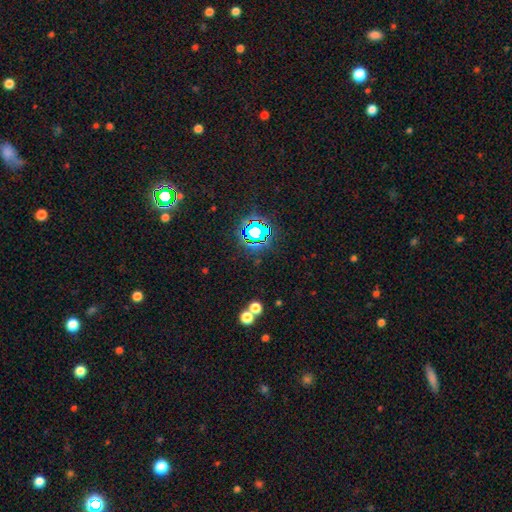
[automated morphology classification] smooth_or_featured: star or artifact (p=0.78) [alt: smooth p=0.14]